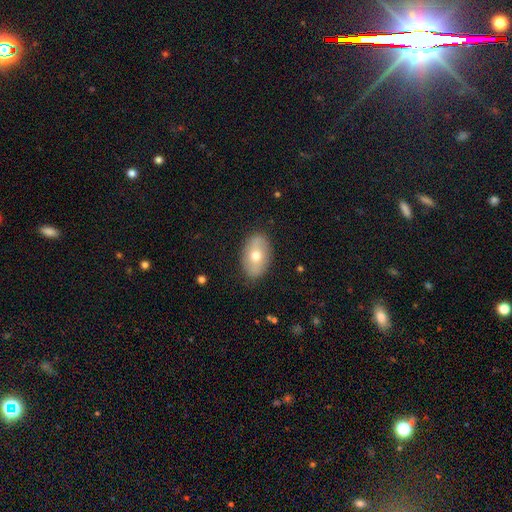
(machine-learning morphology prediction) The model was most divided on "smooth or featured": smooth: 61%, featured or disk: 32%, star or artifact: 7%. More confident: how rounded — in between (90%); merging — none (84%).